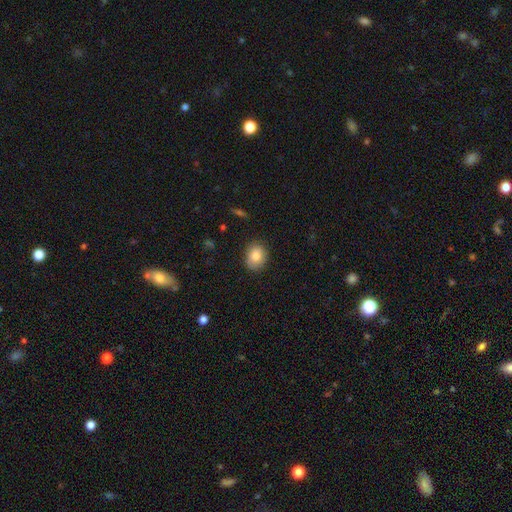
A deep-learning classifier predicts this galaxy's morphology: Smooth or featured? smooth (83%)
How rounded? round (53%)
Merging? none (83%)